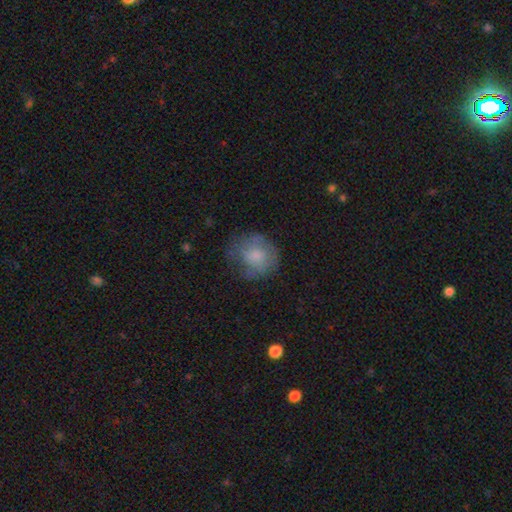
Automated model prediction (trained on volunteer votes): Smooth or featured: smooth — 65% (featured or disk — 26%)
How rounded: round — 80% (in between — 19%)
Merging: none — 58% (minor disturbance — 25%)